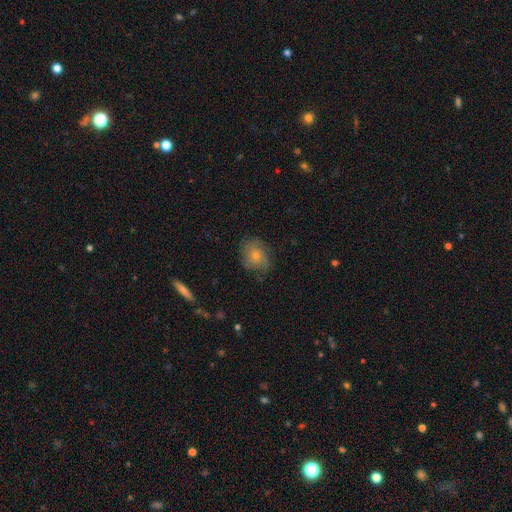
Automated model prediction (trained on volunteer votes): This appears to be a smooth galaxy with no disk features (61%) that is round (54%). Merging: none (66%).